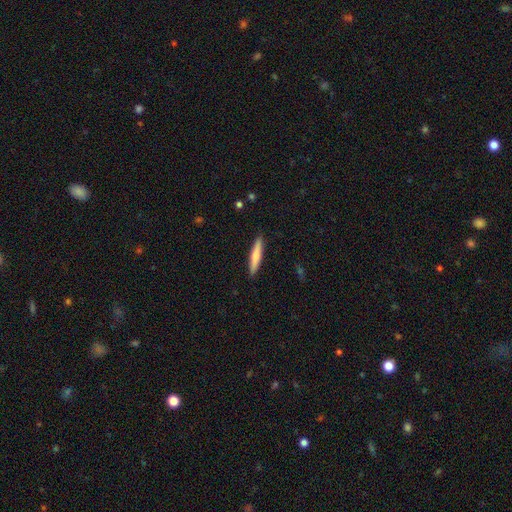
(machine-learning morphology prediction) A smooth galaxy with no disk features (68%) that is cigar-shaped (92%).

Vote fractions:
- Smooth or featured? smooth: 68% / featured or disk: 26% / star or artifact: 5%
- How rounded? cigar-shaped: 92% / in between: 7% / round: 1%
- Merging? none: 91% / minor disturbance: 7% / major disturbance: 1% / merger: 1%